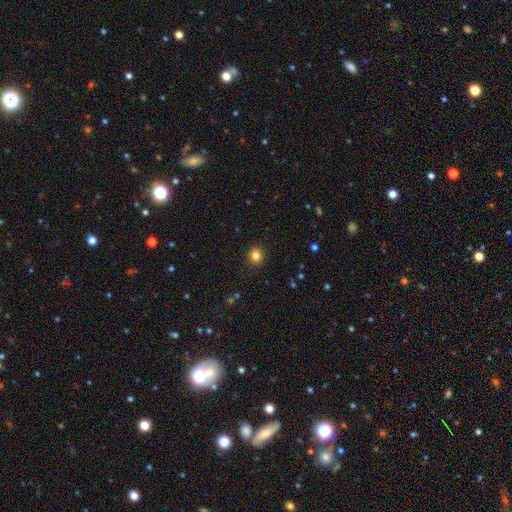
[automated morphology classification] This appears to be a smooth galaxy with no disk features (83%) that is round (91%). Merging: none (92%).